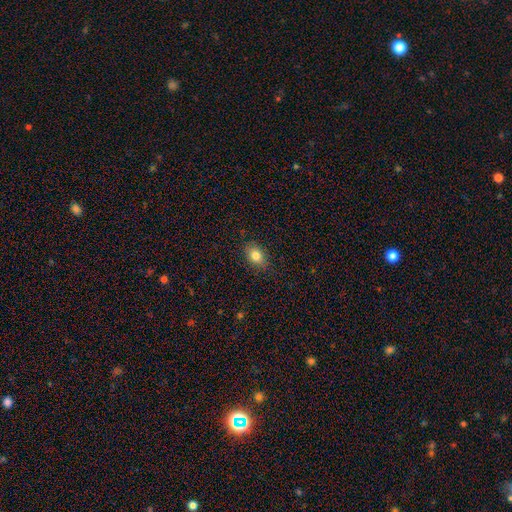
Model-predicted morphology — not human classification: smooth-or-featured: smooth: 82% | star or artifact: 9% | featured or disk: 9%
  how-rounded: in between: 75% | round: 24% | cigar-shaped: 2%
  merging: none: 85% | minor disturbance: 12% | major disturbance: 3% | merger: 1%